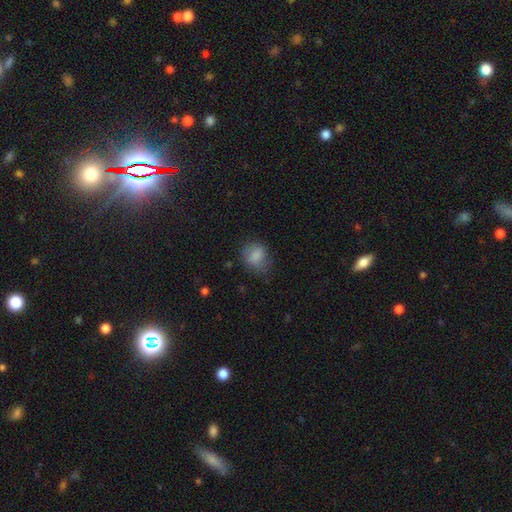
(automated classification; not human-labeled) smooth_or_featured: smooth (p=0.81) [alt: featured or disk p=0.10]
how_rounded: round (p=0.55) [alt: in between p=0.43]
merging: none (p=0.63) [alt: minor disturbance p=0.26]